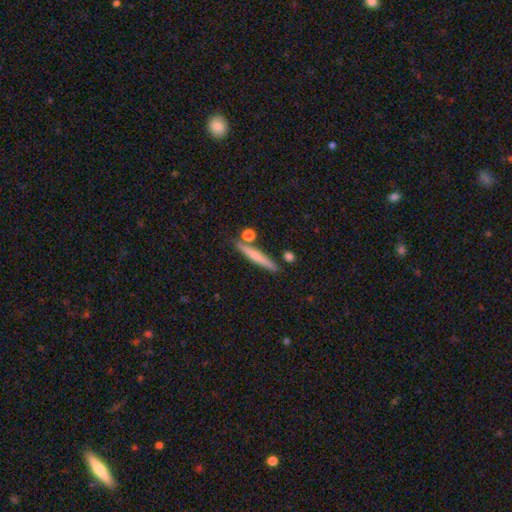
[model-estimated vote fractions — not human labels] This is possibly a smooth galaxy (56%). How rounded: clearly cigar-shaped (93%). Merging: clearly none (81%).